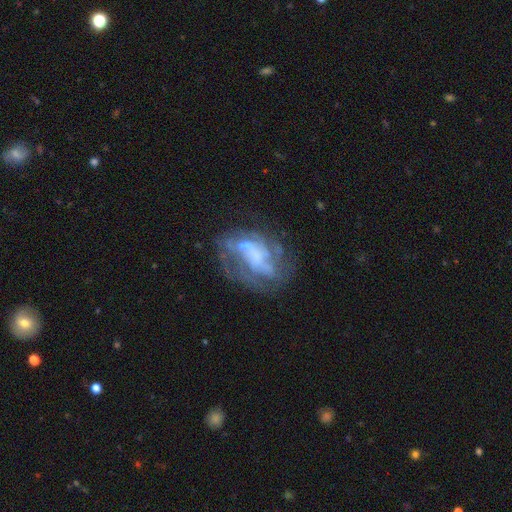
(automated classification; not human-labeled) Overall: featured or disk (73%). Edge-on disk: no (97%). Bar: no (64%; weak 25%). Spiral arms: yes (59%; no 41%). Bulge size: none (49%; small 22%). Merging: none (48%; major disturbance 27%).